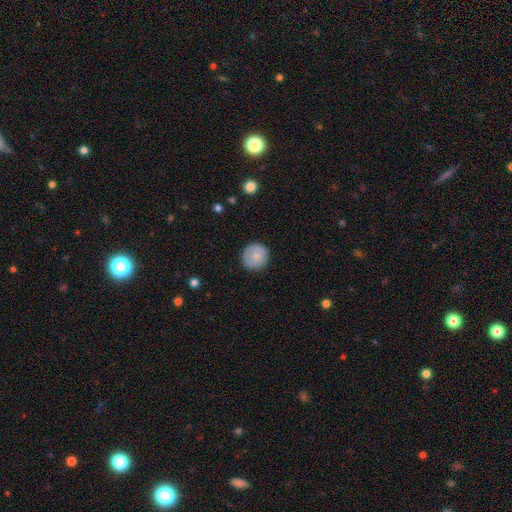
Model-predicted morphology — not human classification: This is likely a smooth galaxy (75%). How rounded: clearly round (94%). Merging: clearly none (86%).